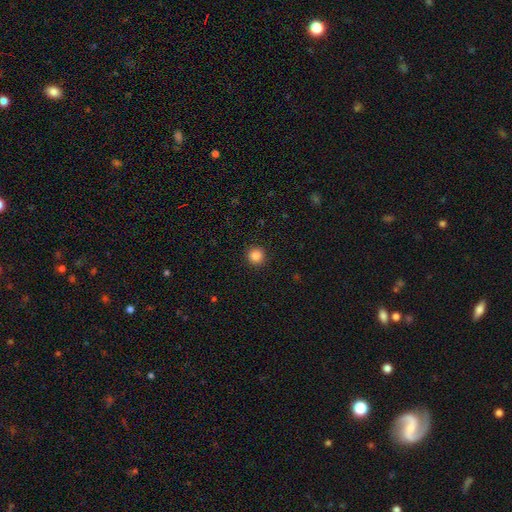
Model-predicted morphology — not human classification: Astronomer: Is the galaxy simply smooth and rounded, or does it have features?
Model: smooth — 87%.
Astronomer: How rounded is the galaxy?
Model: round — 95%.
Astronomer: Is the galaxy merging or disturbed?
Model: none — 92%.